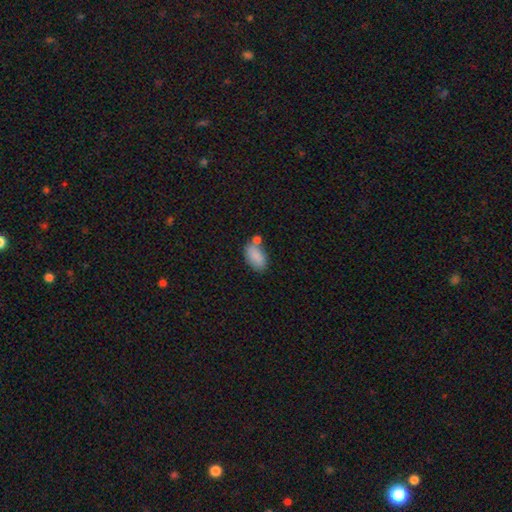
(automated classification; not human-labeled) Smooth or featured? smooth (85%)
How rounded? in between (93%)
Merging? none (54%)